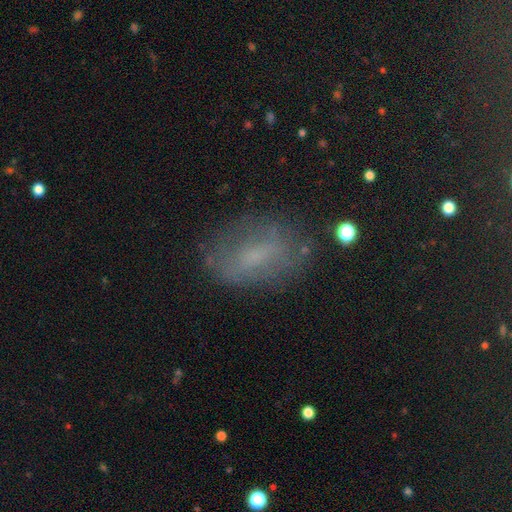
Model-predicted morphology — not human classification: The model was most divided on "smooth or featured": smooth: 50%, featured or disk: 31%, star or artifact: 19%. More confident: merging — none (68%).